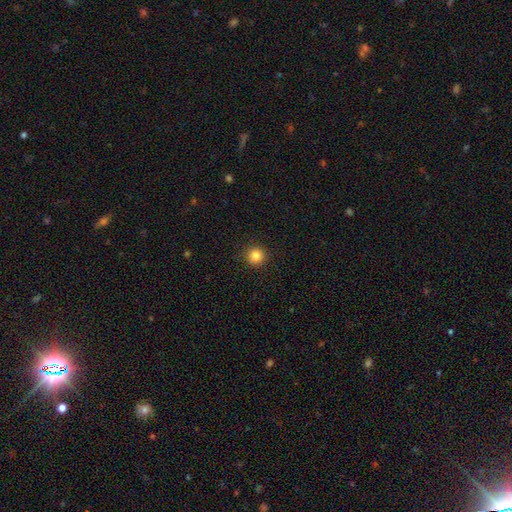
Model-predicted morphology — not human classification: Smooth or featured? Predicted: smooth (p=0.84). How rounded? Predicted: round (p=0.95). Merging? Predicted: none (p=0.93).